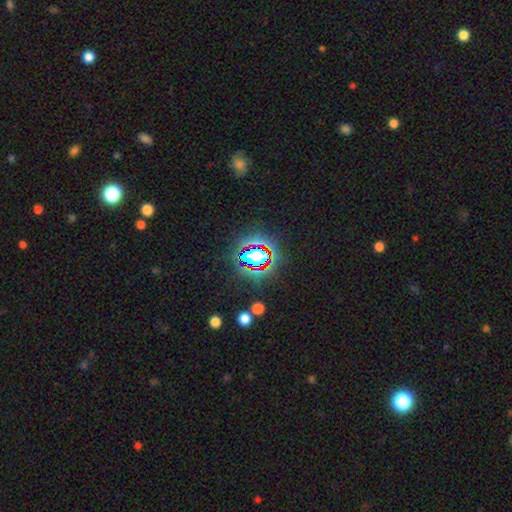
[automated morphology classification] This is likely a star or artifact rather than a galaxy (67%).